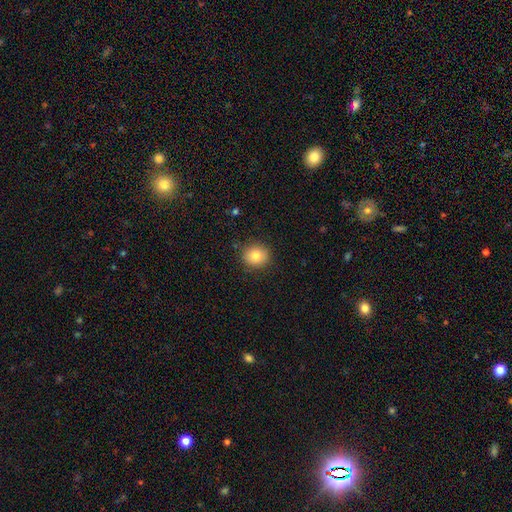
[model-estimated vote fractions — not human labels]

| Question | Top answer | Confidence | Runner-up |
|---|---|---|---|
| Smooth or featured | smooth | 81% | star or artifact (10%) |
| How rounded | round | 84% | in between (15%) |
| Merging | none | 89% | minor disturbance (8%) |